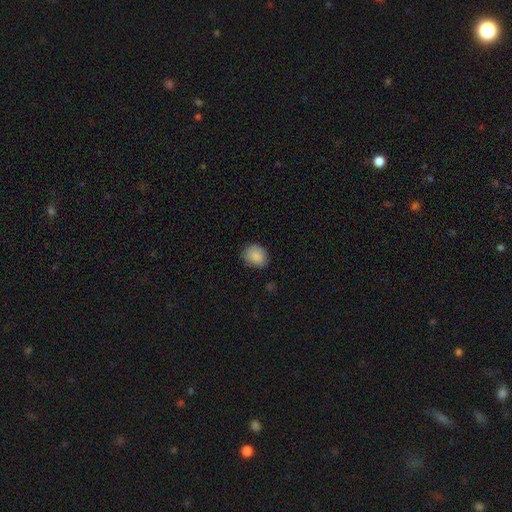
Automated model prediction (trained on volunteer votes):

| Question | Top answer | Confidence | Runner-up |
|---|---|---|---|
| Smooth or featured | smooth | 87% | star or artifact (8%) |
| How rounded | round | 61% | in between (39%) |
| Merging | none | 81% | minor disturbance (15%) |